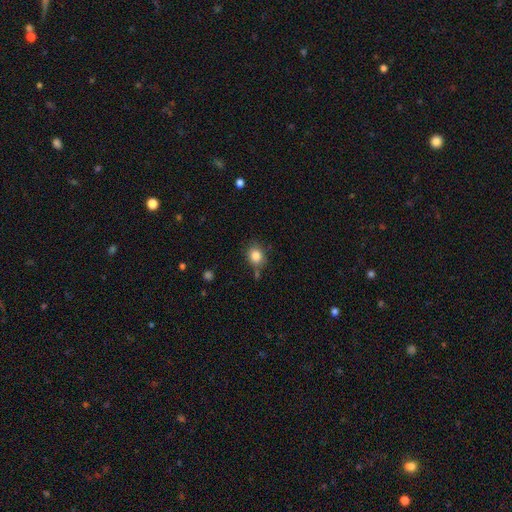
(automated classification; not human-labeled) Smooth or featured: smooth — 84% (star or artifact — 10%)
How rounded: round — 71% (in between — 28%)
Merging: none — 71% (minor disturbance — 17%)